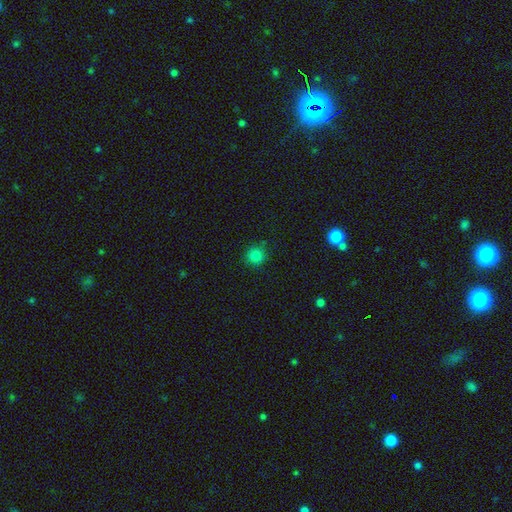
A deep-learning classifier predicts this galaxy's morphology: A smooth galaxy with no disk features (84%) that is round (93%).

Vote fractions:
- Smooth or featured? smooth: 84% / star or artifact: 13% / featured or disk: 3%
- How rounded? round: 93% / in between: 6% / cigar-shaped: 1%
- Merging? none: 86% / minor disturbance: 9% / major disturbance: 2% / merger: 2%